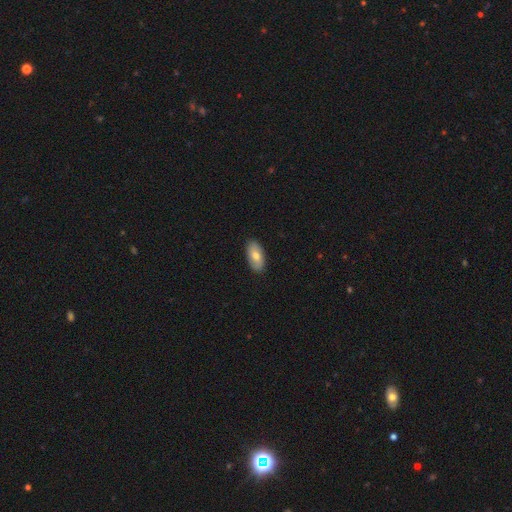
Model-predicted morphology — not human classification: This appears to be a smooth galaxy with no disk features (71%) that is in between round and cigar-shaped (93%). Merging: none (88%).